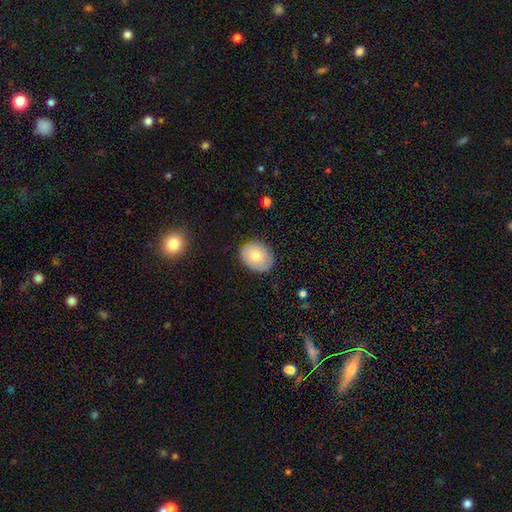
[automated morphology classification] A smooth galaxy with no disk features (77%) that is in between round and cigar-shaped (57%). Merging: none (82%).